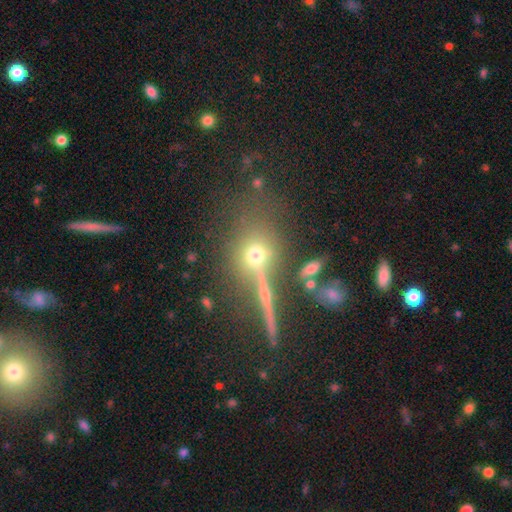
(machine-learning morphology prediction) smooth-or-featured: smooth: 44% | featured or disk: 30% | star or artifact: 26%
  merging: none: 65% | merger: 14% | minor disturbance: 13% | major disturbance: 7%